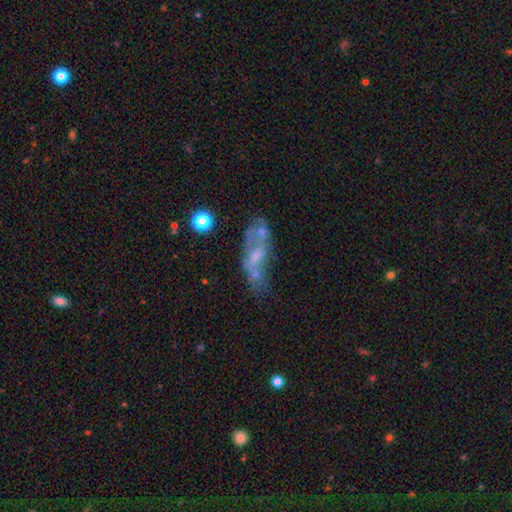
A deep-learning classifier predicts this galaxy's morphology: This appears to be a featured or disk galaxy (55%). Merging: none (44%).